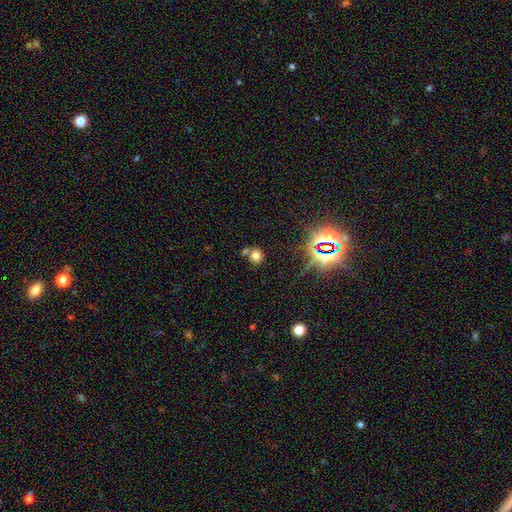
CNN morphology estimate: Smooth or featured: smooth — 69% (star or artifact — 21%)
How rounded: round — 86% (in between — 13%)
Merging: none — 60% (merger — 27%)